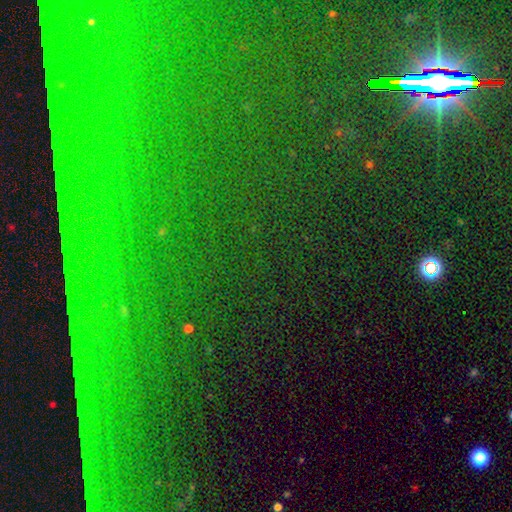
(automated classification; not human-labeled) star or artifact 83%, smooth 9%, featured or disk 8%.